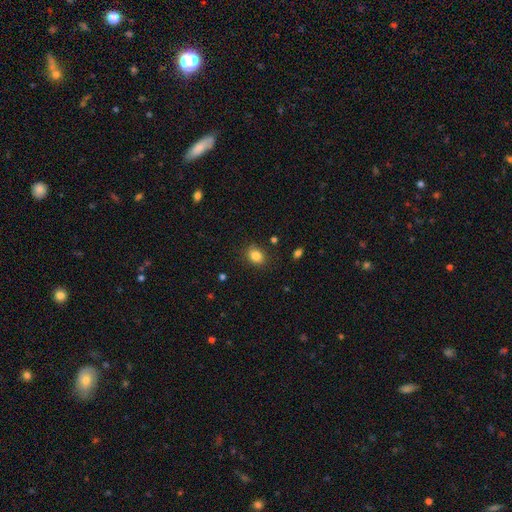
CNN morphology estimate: Overall: smooth (84%). How rounded: in between (55%; round 44%). Merging: none (84%).